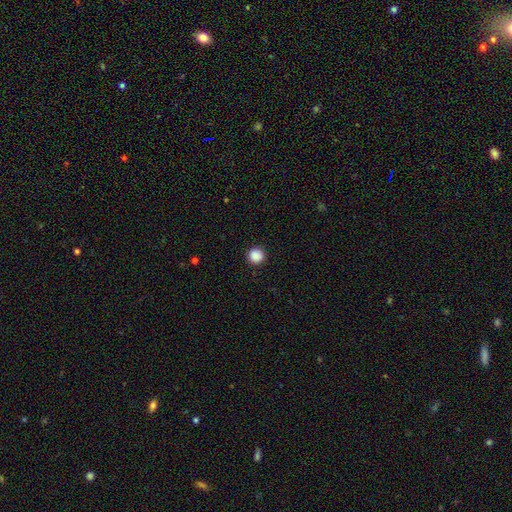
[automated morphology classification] smooth 88%, star or artifact 10%, featured or disk 2%. Down the decision tree: how rounded — round (95%); merging — none (92%).